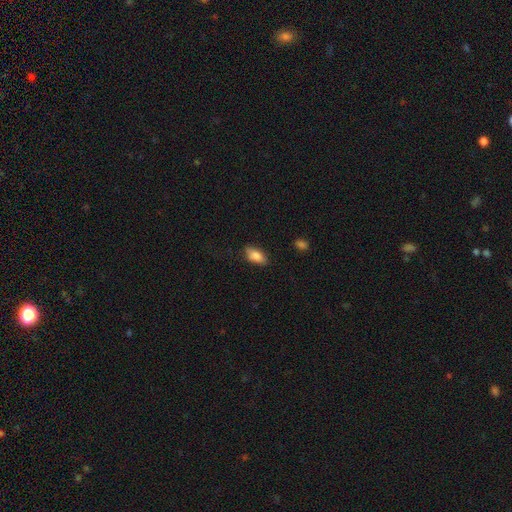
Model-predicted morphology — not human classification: The model was most divided on "merging": none: 79%, minor disturbance: 17%, major disturbance: 3%, merger: 1%. More confident: how rounded — in between (88%); smooth or featured — smooth (84%).